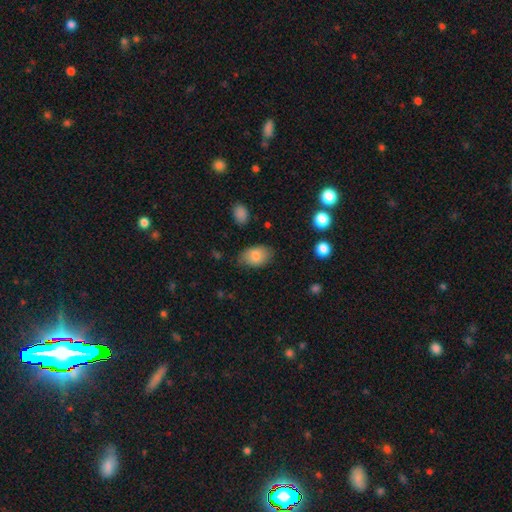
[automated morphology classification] smooth 83%, featured or disk 9%, star or artifact 7%. Down the decision tree: how rounded — in between (87%); merging — none (76%).